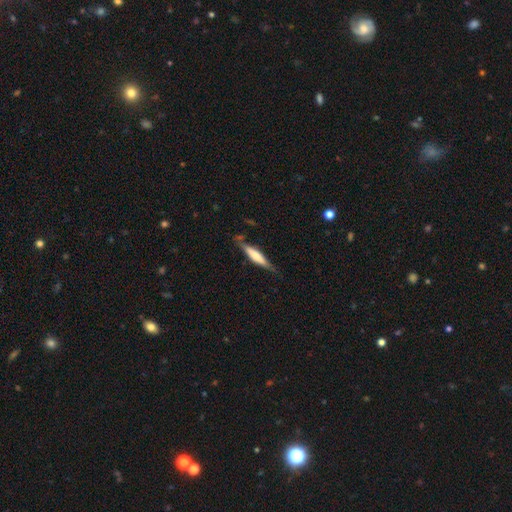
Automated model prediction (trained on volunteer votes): The model was most divided on "smooth or featured": smooth: 48%, featured or disk: 46%, star or artifact: 6%. More confident: merging — none (75%).